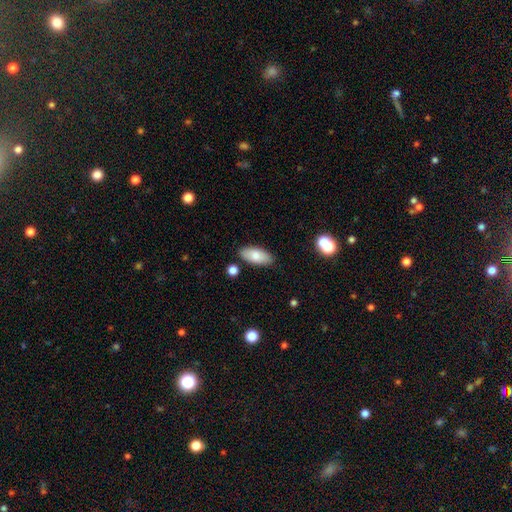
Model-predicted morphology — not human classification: Overall: smooth (78%). How rounded: in between (88%). Merging: none (85%).